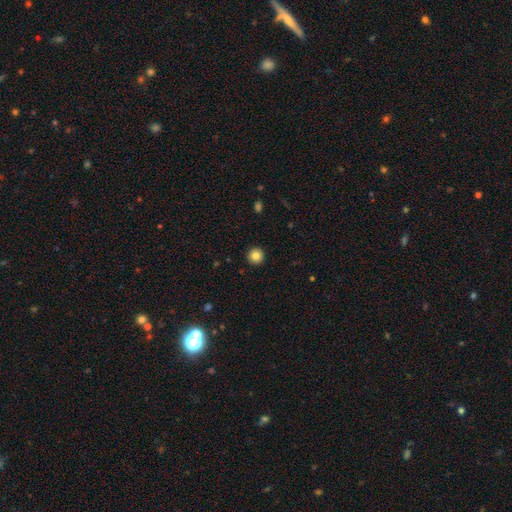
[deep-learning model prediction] Smooth or featured: smooth — 82% (star or artifact — 10%)
How rounded: round — 96% (in between — 3%)
Merging: none — 93% (minor disturbance — 4%)